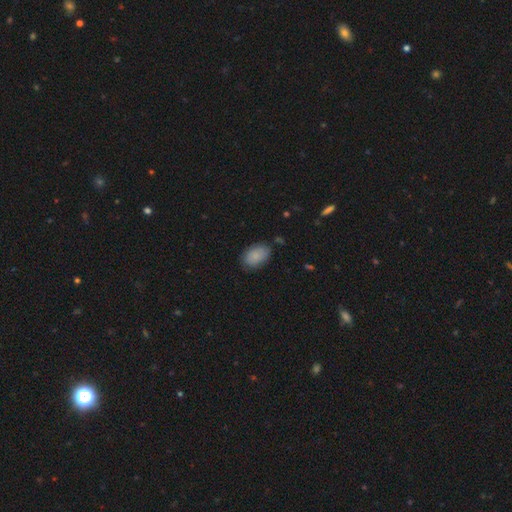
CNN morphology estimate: smooth_or_featured: smooth (p=0.86) [alt: star or artifact p=0.07]
how_rounded: in between (p=0.90) [alt: round p=0.09]
merging: none (p=0.80) [alt: minor disturbance p=0.15]